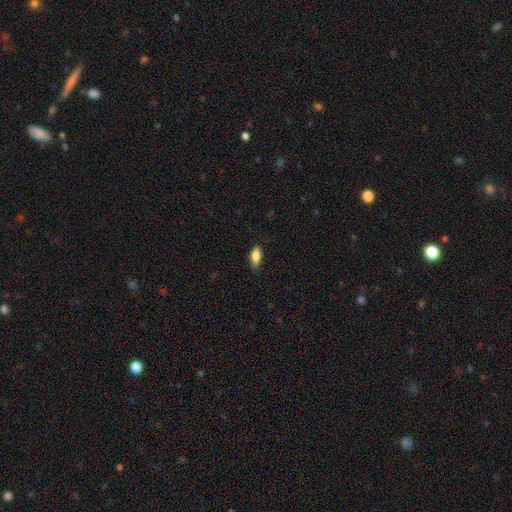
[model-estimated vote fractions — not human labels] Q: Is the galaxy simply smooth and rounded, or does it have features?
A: smooth — 85%.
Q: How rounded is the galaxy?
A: in between — 84%.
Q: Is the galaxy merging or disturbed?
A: none — 82%.